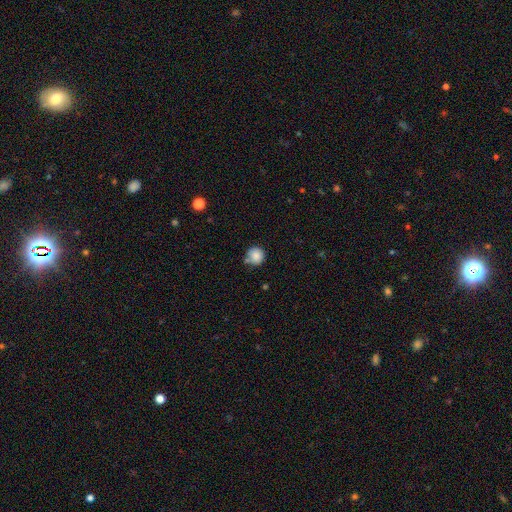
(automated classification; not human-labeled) This is clearly a smooth galaxy (85%). How rounded: clearly round (93%). Merging: likely none (66%).